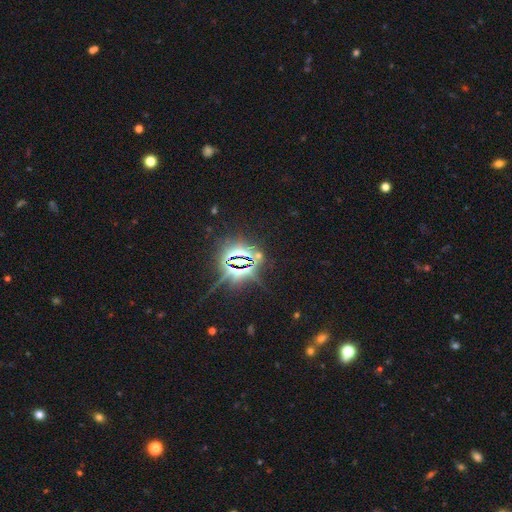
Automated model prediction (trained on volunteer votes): The model was most divided on "smooth or featured": star or artifact: 85%, featured or disk: 8%, smooth: 7%.